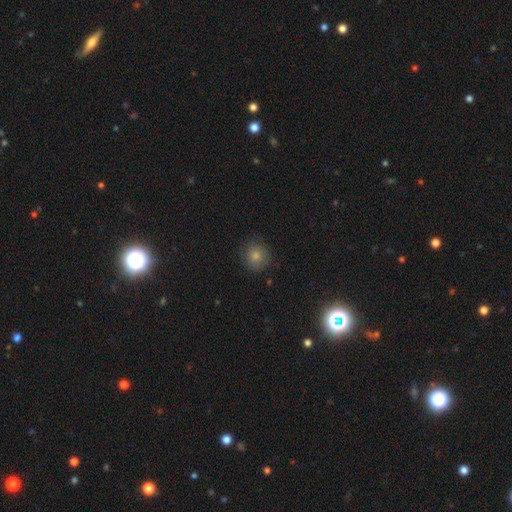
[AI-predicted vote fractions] Overall: smooth (67%). How rounded: round (90%). Merging: none (86%).